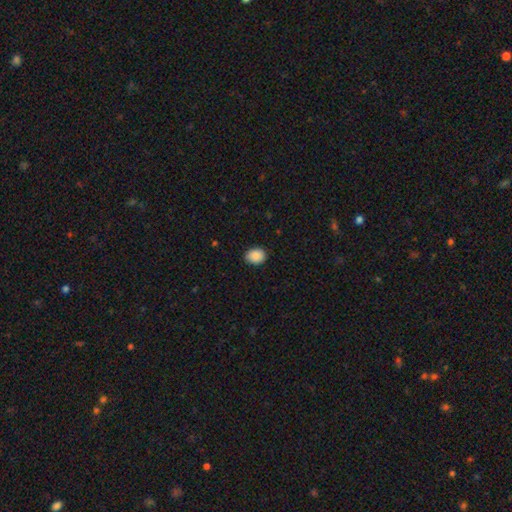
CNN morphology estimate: smooth_or_featured: smooth (p=0.89) [alt: star or artifact p=0.08]
how_rounded: in between (p=0.56) [alt: round p=0.43]
merging: none (p=0.86) [alt: minor disturbance p=0.11]